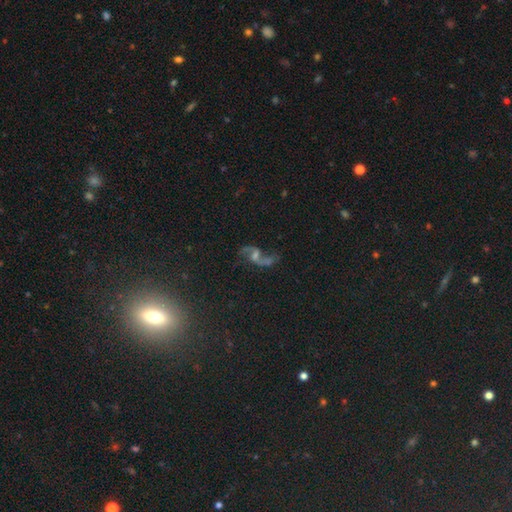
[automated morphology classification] A featured or disk galaxy (69%) with no bar (51%), 2 (89%) loose (78%) spiral arms (88%) and a moderate central bulge (39%).

Vote fractions:
- Smooth or featured? featured or disk: 69% / star or artifact: 20% / smooth: 11%
- Edge-on disk? no: 95% / yes: 5%
- Bar? no: 51% / weak: 36% / strong: 12%
- Spiral arms? yes: 88% / no: 12%
- Spiral winding? loose: 78% / medium: 17% / tight: 5%
- Spiral arm count? 2: 89% / 1: 5% / can't tell: 2% / 3: 1% / 4: 1% / more than 4: 1%
- Bulge size? moderate: 39% / small: 38% / none: 14% / large: 7% / dominant: 3%
- Merging? none: 59% / major disturbance: 14% / minor disturbance: 14% / merger: 13%